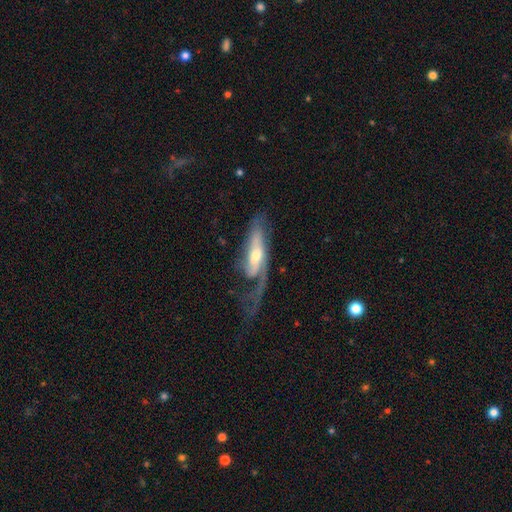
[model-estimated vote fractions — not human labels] A featured or disk galaxy (75%) with no bar (47%), spiral arms (86%) and a moderate central bulge (61%).

Vote fractions:
- Smooth or featured? featured or disk: 75% / smooth: 19% / star or artifact: 6%
- Edge-on disk? no: 76% / yes: 24%
- Bar? no: 47% / weak: 33% / strong: 20%
- Spiral arms? yes: 86% / no: 14%
- Bulge size? moderate: 61% / small: 27% / large: 8% / none: 2% / dominant: 1%
- Merging? major disturbance: 46% / none: 32% / minor disturbance: 20% / merger: 3%